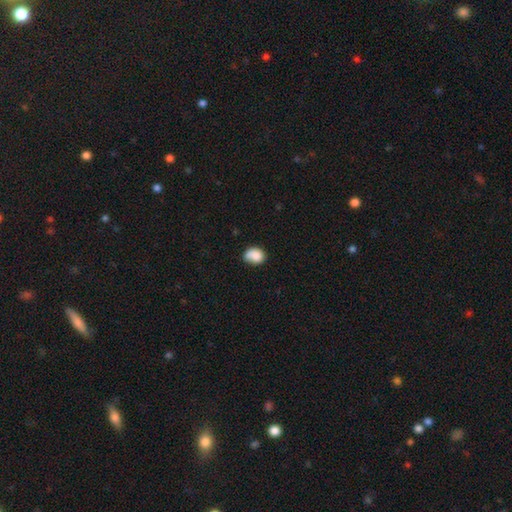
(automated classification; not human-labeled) This is clearly a smooth galaxy (83%). How rounded: possibly in between (56%). Merging: possibly none (55%).